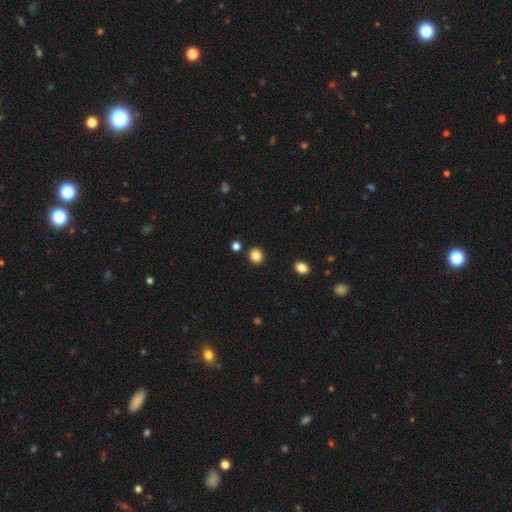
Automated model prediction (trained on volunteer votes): The model was most divided on "smooth or featured": smooth: 85%, star or artifact: 11%, featured or disk: 4%. More confident: merging — none (90%); how rounded — round (87%).